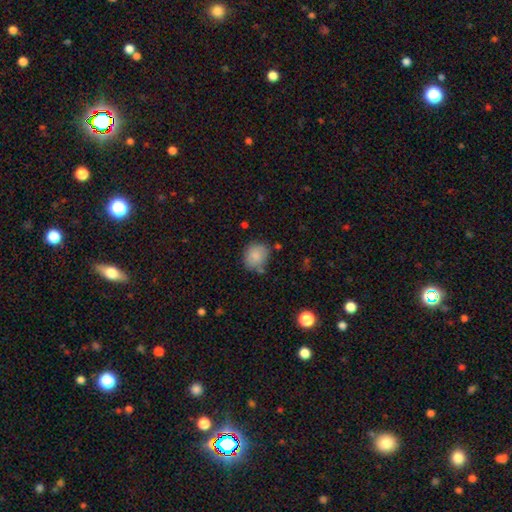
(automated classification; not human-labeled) Smooth or featured? smooth (85%)
How rounded? round (74%)
Merging? none (72%)